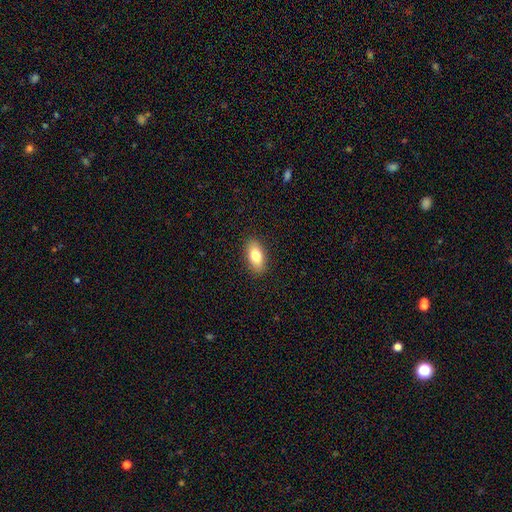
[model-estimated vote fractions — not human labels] A smooth galaxy with no disk features (80%) that is in between round and cigar-shaped (88%).

Vote fractions:
- Smooth or featured? smooth: 80% / featured or disk: 13% / star or artifact: 7%
- How rounded? in between: 88% / cigar-shaped: 8% / round: 4%
- Merging? none: 89% / minor disturbance: 8% / major disturbance: 2% / merger: 1%